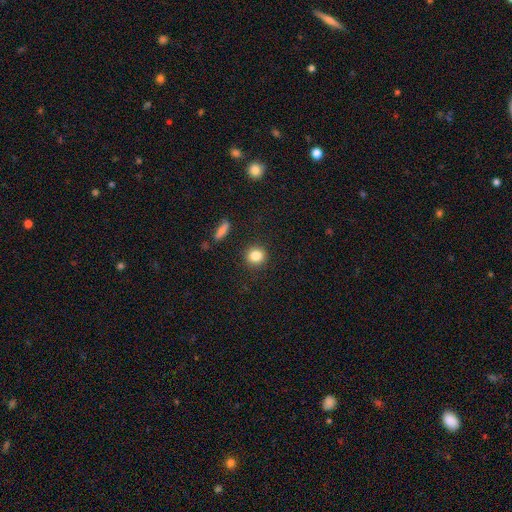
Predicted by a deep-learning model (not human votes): Q: Smooth or featured?
A: smooth (84%); runner-up: star or artifact (10%)
Q: How rounded?
A: round (88%); runner-up: in between (11%)
Q: Merging?
A: none (90%); runner-up: minor disturbance (6%)